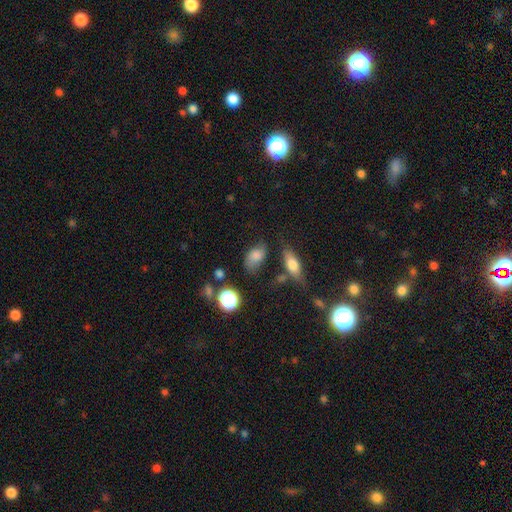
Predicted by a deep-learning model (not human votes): This appears to be a smooth galaxy with no disk features (75%) that is in between round and cigar-shaped (85%). Merging: none (55%).